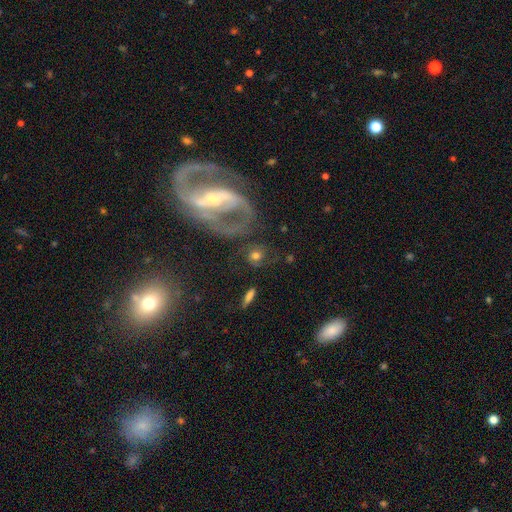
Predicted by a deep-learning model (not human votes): This is possibly a featured or disk galaxy (46%). Merging: possibly none (60%).